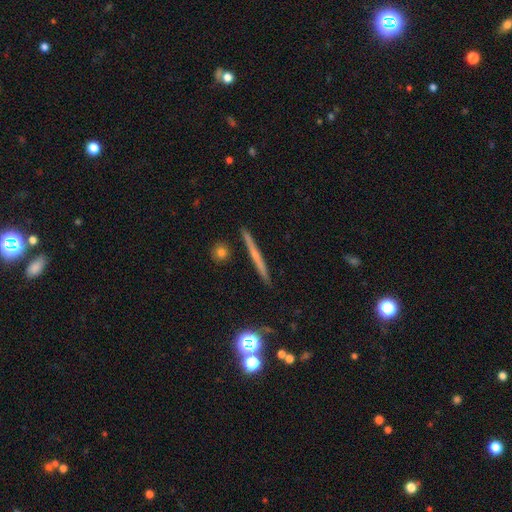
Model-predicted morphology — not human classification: This is possibly a featured or disk galaxy (52%). It is clearly viewed edge-on (97%). Edge-on bulge: likely none (76%). Merging: clearly none (90%).